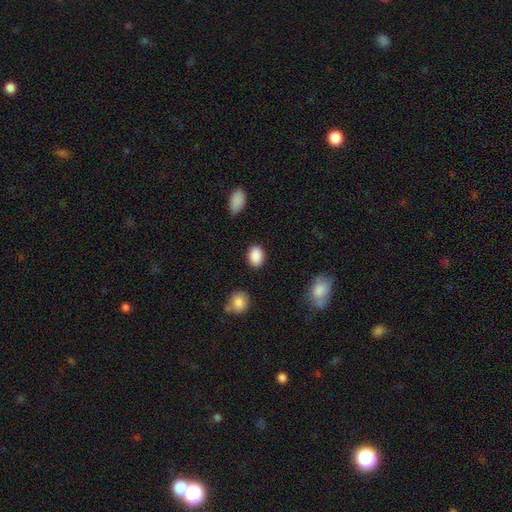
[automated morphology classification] A smooth galaxy with no disk features (89%) that is in between round and cigar-shaped (72%). Merging: none (86%).